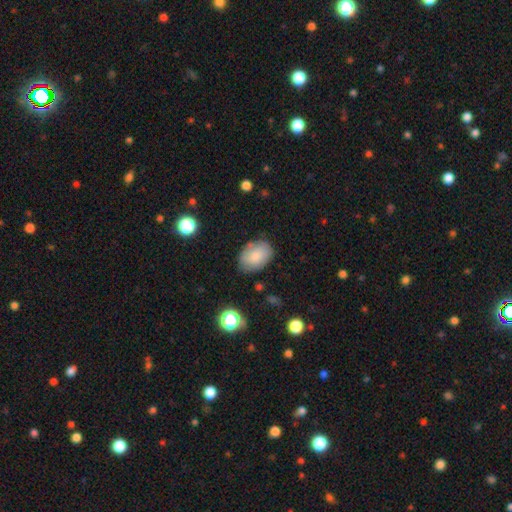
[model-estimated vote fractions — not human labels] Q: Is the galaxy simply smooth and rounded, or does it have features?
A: smooth — 79%.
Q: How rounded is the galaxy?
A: in between — 82%.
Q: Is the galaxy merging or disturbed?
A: none — 78%.